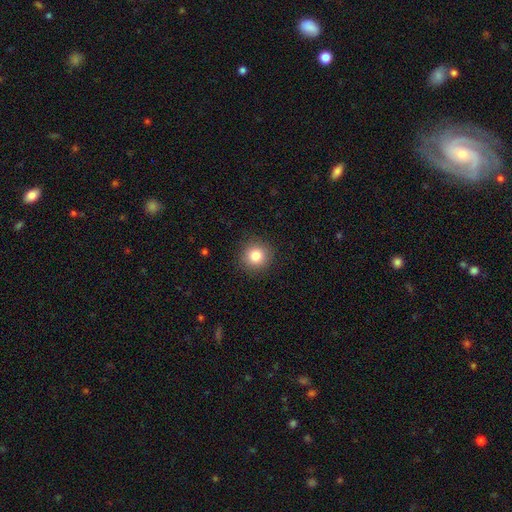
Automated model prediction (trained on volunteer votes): smooth-or-featured: smooth: 82% | star or artifact: 11% | featured or disk: 7%
  how-rounded: round: 93% | in between: 6% | cigar-shaped: 1%
  merging: none: 91% | minor disturbance: 6% | major disturbance: 2% | merger: 1%